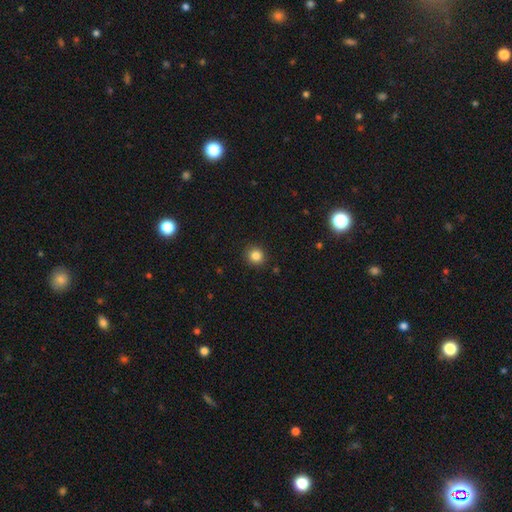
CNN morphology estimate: Smooth or featured? Predicted: smooth (p=0.84). How rounded? Predicted: round (p=0.88). Merging? Predicted: none (p=0.90).